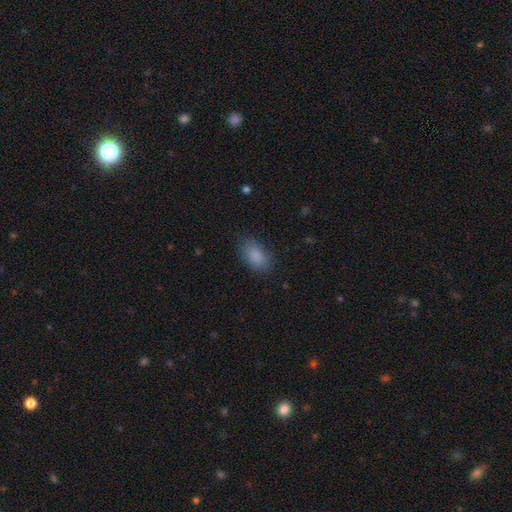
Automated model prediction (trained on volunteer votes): Smooth or featured?
  - smooth: 88% *
  - star or artifact: 8%
  - featured or disk: 5%
How rounded?
  - in between: 91% *
  - round: 6%
  - cigar-shaped: 3%
Merging?
  - none: 82% *
  - minor disturbance: 13%
  - major disturbance: 4%
  - merger: 1%